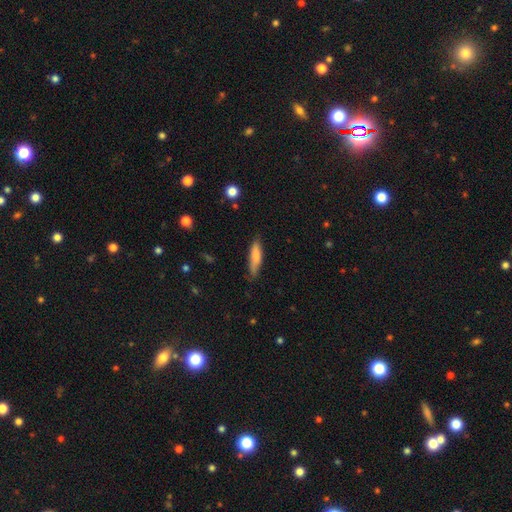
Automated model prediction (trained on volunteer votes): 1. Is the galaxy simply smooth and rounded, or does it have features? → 77% smooth, 17% featured or disk, 6% star or artifact.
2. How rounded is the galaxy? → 75% cigar-shaped, 23% in between, 2% round.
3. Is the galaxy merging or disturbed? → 77% none, 19% minor disturbance, 3% major disturbance, 2% merger.